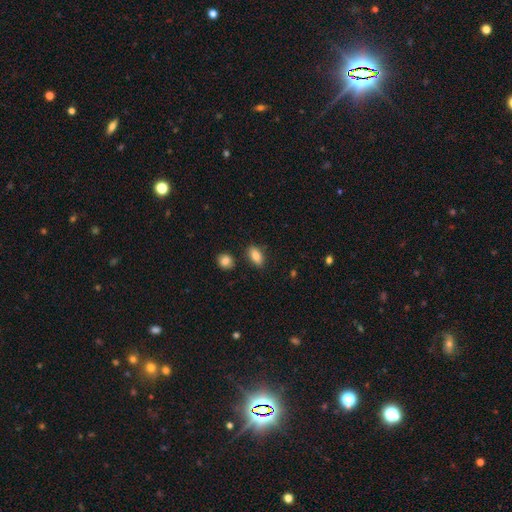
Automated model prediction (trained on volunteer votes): Q: Smooth or featured?
A: smooth (86%); runner-up: star or artifact (8%)
Q: How rounded?
A: in between (88%); runner-up: round (7%)
Q: Merging?
A: none (83%); runner-up: minor disturbance (11%)